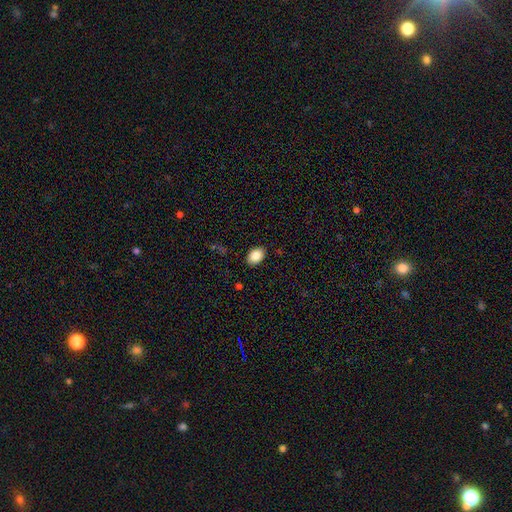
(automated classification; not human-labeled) Smooth or featured? smooth (87%)
How rounded? in between (78%)
Merging? none (88%)